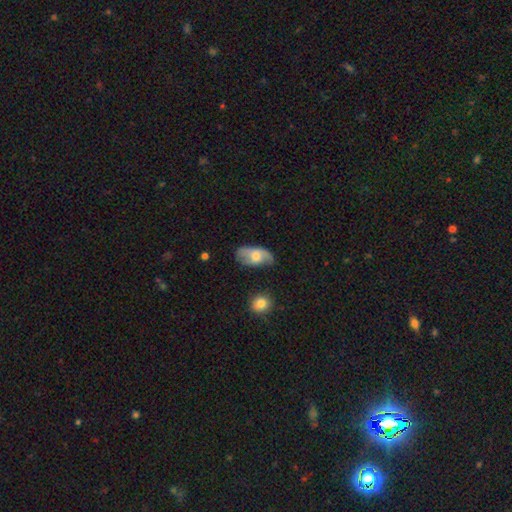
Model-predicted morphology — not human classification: smooth 47%, featured or disk 46%, star or artifact 7%. Down the decision tree: merging — none (54%).